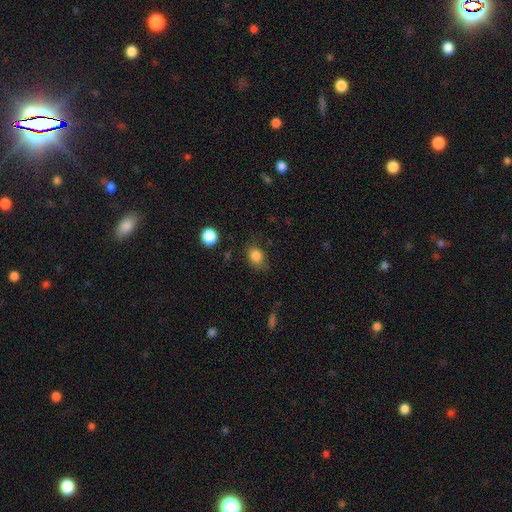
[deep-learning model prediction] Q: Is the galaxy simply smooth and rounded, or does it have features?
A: smooth — 84%.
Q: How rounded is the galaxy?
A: in between — 50%.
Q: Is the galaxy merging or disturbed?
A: none — 66%.